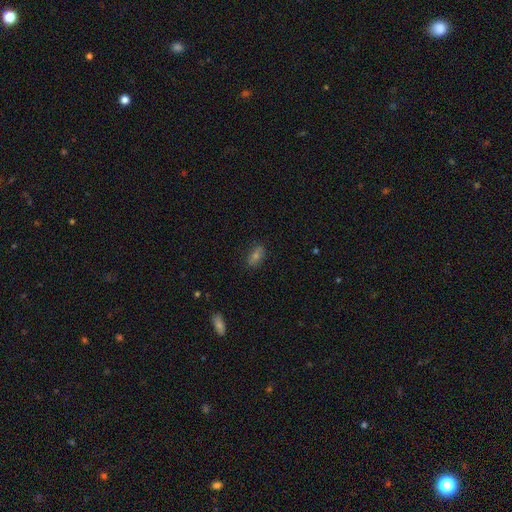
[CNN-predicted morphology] smooth-or-featured: smooth: 55% | featured or disk: 23% | star or artifact: 22%
  how-rounded: in between: 83% | round: 9% | cigar-shaped: 7%
  merging: none: 83% | minor disturbance: 12% | major disturbance: 3% | merger: 2%